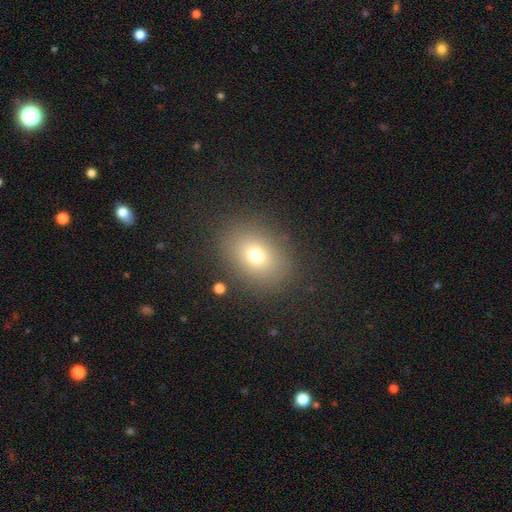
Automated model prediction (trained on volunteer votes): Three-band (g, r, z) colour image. It shows a smooth galaxy with no disk features (72%) that is in between round and cigar-shaped (61%). Merging: none (85%).